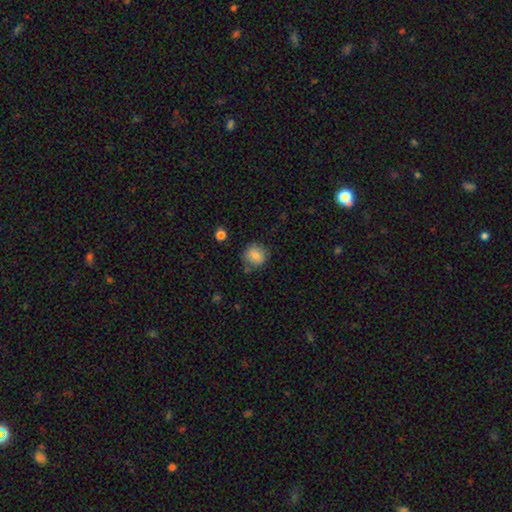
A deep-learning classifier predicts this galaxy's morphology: Smooth or featured? Predicted: smooth (p=0.83). How rounded? Predicted: round (p=0.86). Merging? Predicted: none (p=0.78).